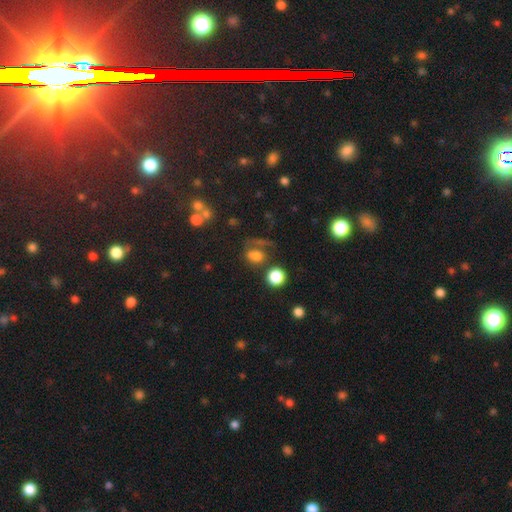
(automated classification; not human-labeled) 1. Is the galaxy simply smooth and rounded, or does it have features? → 62% smooth, 20% star or artifact, 18% featured or disk.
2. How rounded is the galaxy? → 50% in between, 47% round, 3% cigar-shaped.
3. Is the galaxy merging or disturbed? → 40% none, 25% major disturbance, 19% merger, 17% minor disturbance.